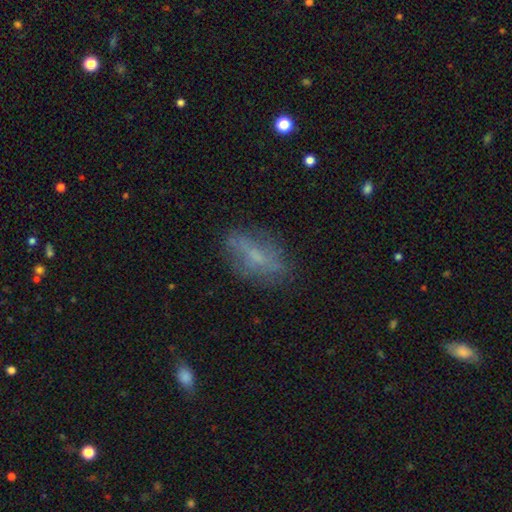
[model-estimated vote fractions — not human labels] Morphology: type=smooth (49%); merging=none (68%).